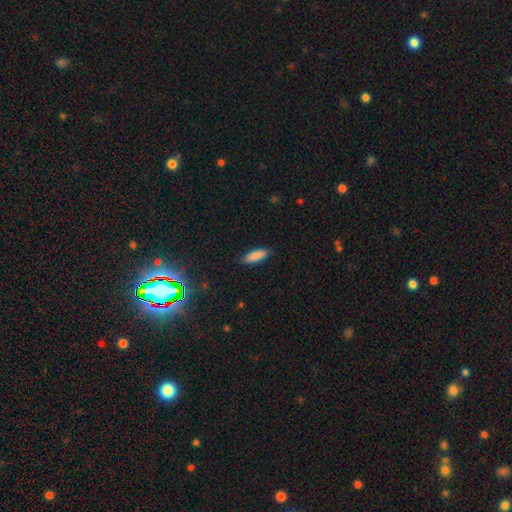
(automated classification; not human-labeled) Overall: smooth (87%). How rounded: in between (50%; cigar-shaped 48%). Merging: none (85%).